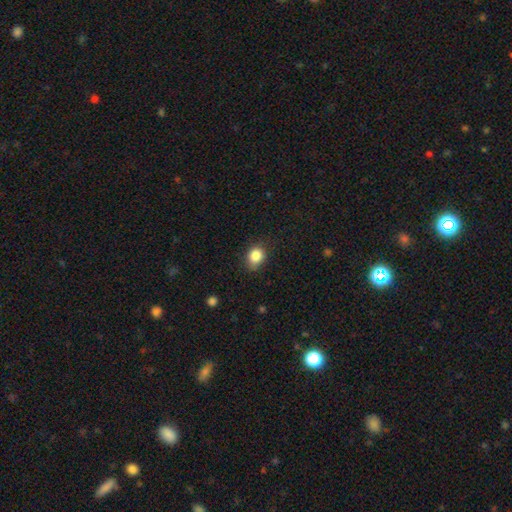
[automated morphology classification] smooth-or-featured: smooth: 86% | star or artifact: 10% | featured or disk: 5%
  how-rounded: round: 52% | in between: 47% | cigar-shaped: 1%
  merging: none: 75% | minor disturbance: 19% | major disturbance: 4% | merger: 1%